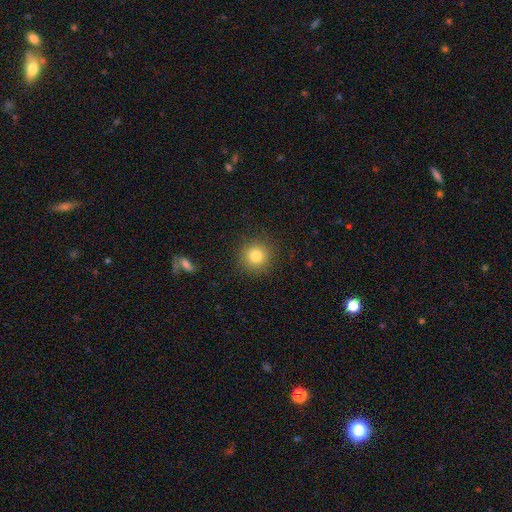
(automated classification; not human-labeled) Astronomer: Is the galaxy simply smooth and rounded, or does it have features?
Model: smooth — 81%.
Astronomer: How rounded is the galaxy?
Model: round — 93%.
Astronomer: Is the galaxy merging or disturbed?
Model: none — 90%.